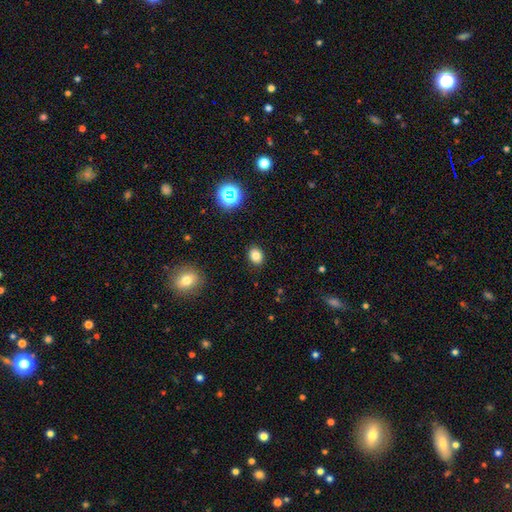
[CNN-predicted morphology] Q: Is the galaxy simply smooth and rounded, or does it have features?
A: smooth — 80%.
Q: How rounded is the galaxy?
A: in between — 55%.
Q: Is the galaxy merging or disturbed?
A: none — 89%.